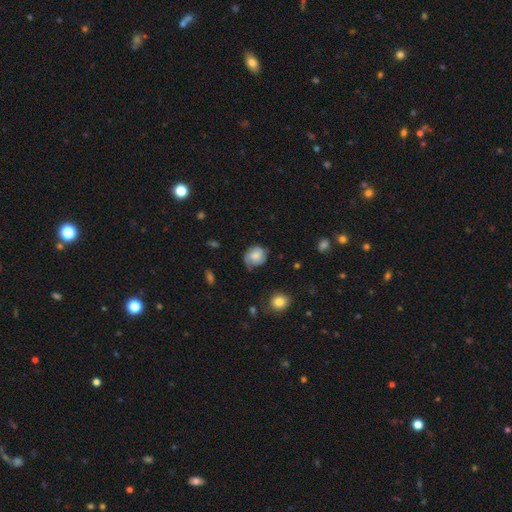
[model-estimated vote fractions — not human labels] smooth 62%, featured or disk 30%, star or artifact 8%. Down the decision tree: how rounded — round (69%); merging — none (61%).